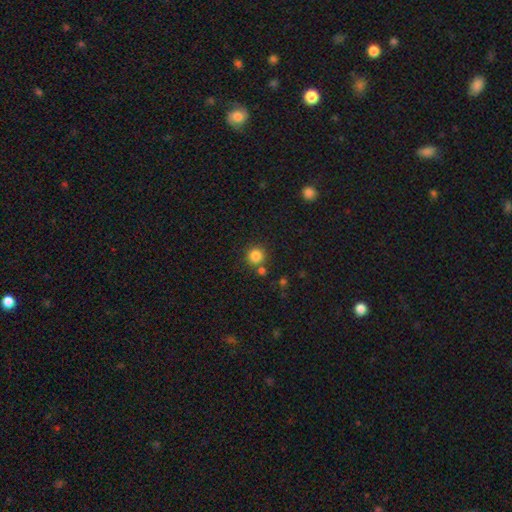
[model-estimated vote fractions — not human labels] smooth 84%, star or artifact 12%, featured or disk 5%. Down the decision tree: how rounded — round (93%); merging — none (78%).